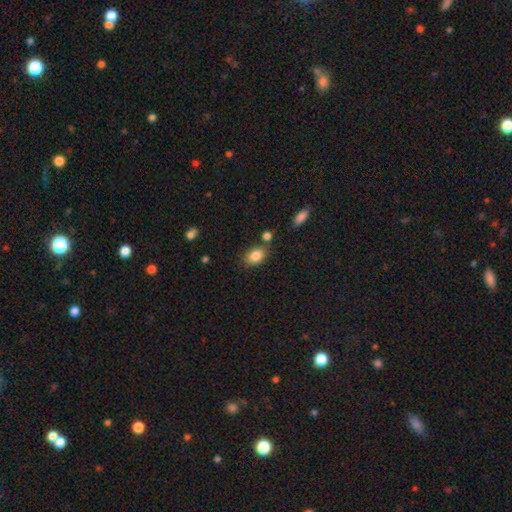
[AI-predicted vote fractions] smooth-or-featured: smooth: 85% | star or artifact: 8% | featured or disk: 6%
  how-rounded: in between: 83% | round: 15% | cigar-shaped: 2%
  merging: none: 71% | minor disturbance: 15% | merger: 10% | major disturbance: 4%